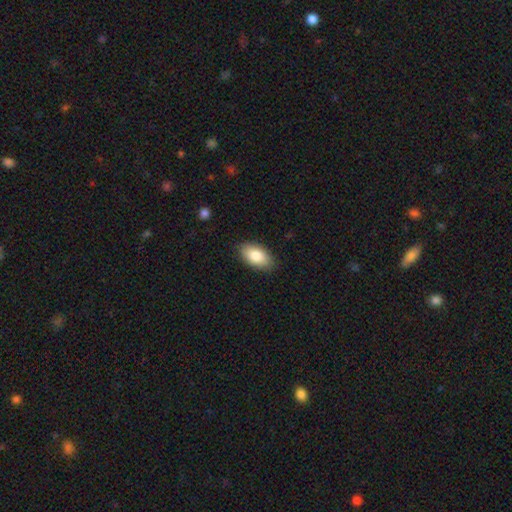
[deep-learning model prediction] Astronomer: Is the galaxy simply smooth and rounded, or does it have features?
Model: smooth — 84%.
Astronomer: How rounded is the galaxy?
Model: in between — 94%.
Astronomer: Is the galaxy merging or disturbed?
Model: none — 87%.